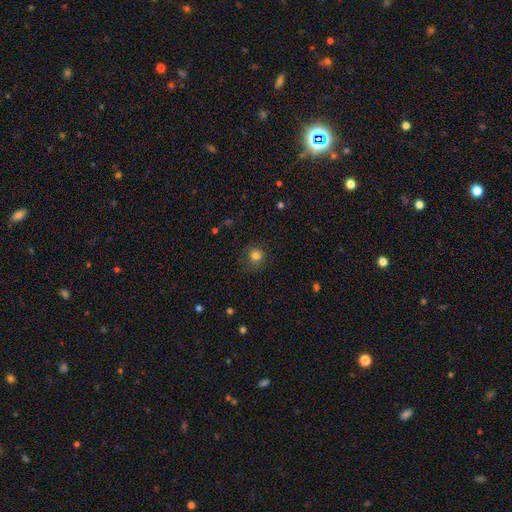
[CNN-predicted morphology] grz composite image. It shows a smooth galaxy with no disk features (81%) that is round (92%). Merging: none (84%).